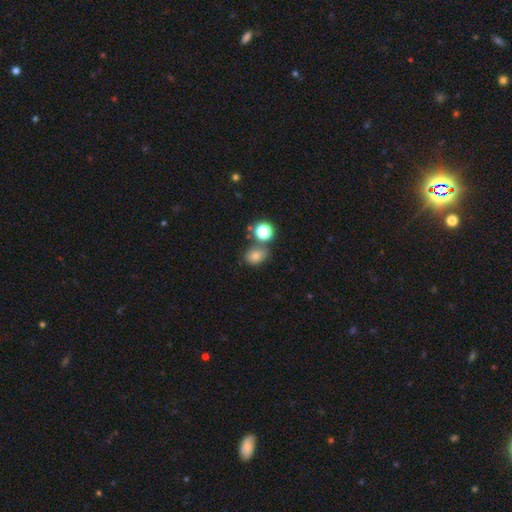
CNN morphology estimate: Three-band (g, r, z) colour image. It shows a smooth galaxy with no disk features (75%) that is round (52%). Merging: none (60%).